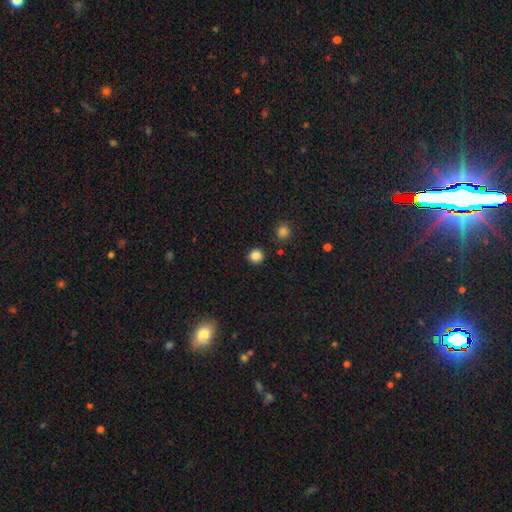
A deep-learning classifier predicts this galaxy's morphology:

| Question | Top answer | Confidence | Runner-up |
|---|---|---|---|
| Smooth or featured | smooth | 84% | star or artifact (12%) |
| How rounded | round | 93% | in between (6%) |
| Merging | none | 90% | minor disturbance (6%) |